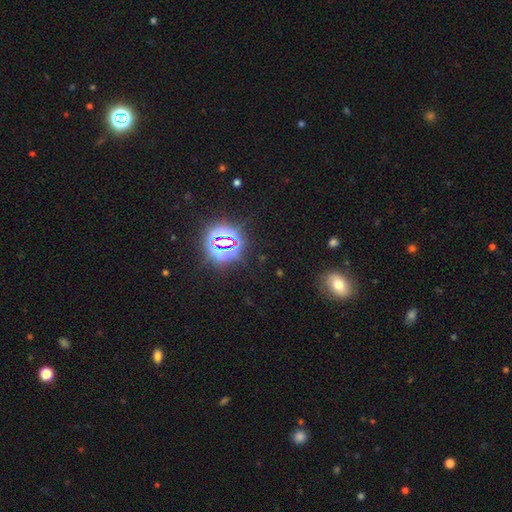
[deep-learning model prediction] The model was most divided on "smooth or featured": star or artifact: 71%, smooth: 22%, featured or disk: 8%.